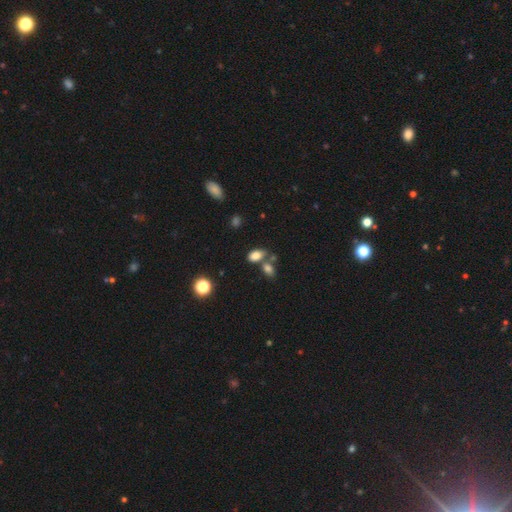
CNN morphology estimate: Smooth or featured? smooth (81%)
How rounded? in between (88%)
Merging? none (53%)